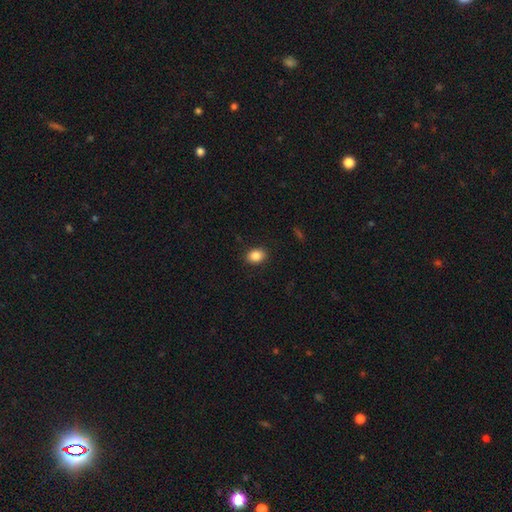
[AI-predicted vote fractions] smooth_or_featured: smooth (p=0.86) [alt: star or artifact p=0.09]
how_rounded: in between (p=0.65) [alt: round p=0.34]
merging: none (p=0.89) [alt: minor disturbance p=0.08]